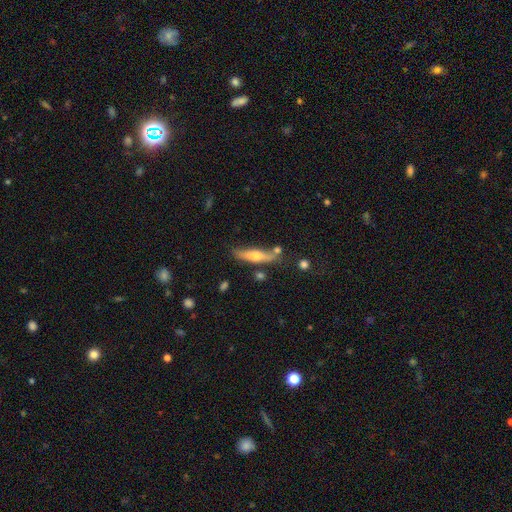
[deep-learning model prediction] Morphology: type=featured or disk (49%); merging=none (69%).